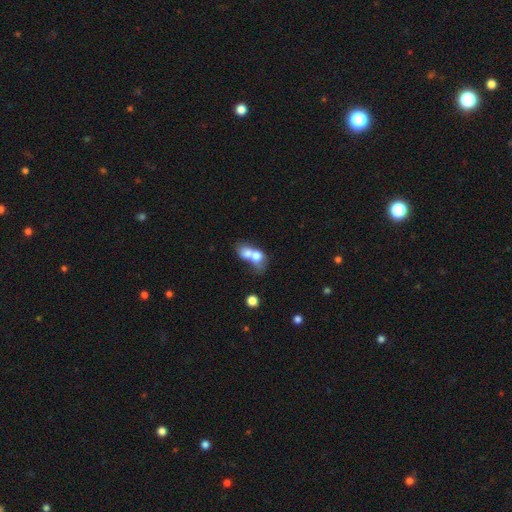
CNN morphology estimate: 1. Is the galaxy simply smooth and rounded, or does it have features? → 68% smooth, 23% featured or disk, 9% star or artifact.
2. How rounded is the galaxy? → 55% in between, 43% round, 2% cigar-shaped.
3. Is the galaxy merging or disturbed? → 77% merger, 12% none, 6% major disturbance, 5% minor disturbance.